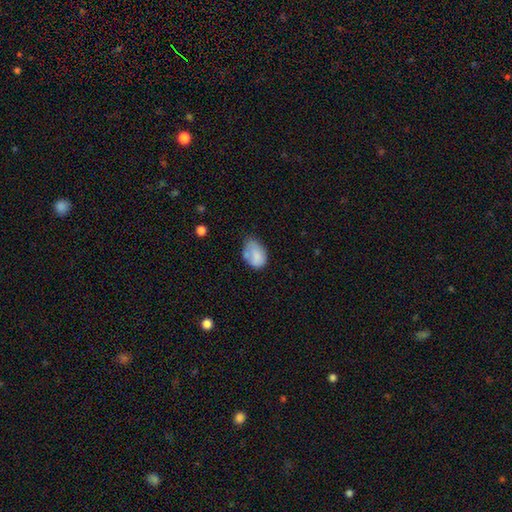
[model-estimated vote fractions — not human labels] A smooth galaxy with no disk features (77%) that is in between round and cigar-shaped (80%).

Vote fractions:
- Smooth or featured? smooth: 77% / featured or disk: 15% / star or artifact: 8%
- How rounded? in between: 80% / round: 19% / cigar-shaped: 1%
- Merging? none: 40% / minor disturbance: 37% / major disturbance: 14% / merger: 8%